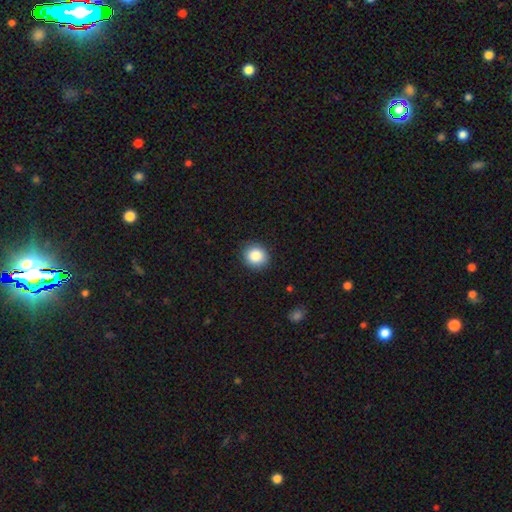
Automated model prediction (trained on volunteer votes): Smooth or featured: smooth — 86% (star or artifact — 9%)
How rounded: round — 84% (in between — 15%)
Merging: none — 89% (minor disturbance — 8%)